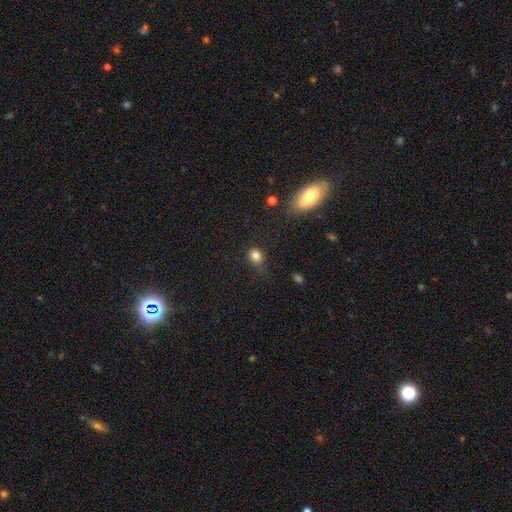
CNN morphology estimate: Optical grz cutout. It shows a smooth galaxy with no disk features (81%) that is round (64%). Merging: none (65%).